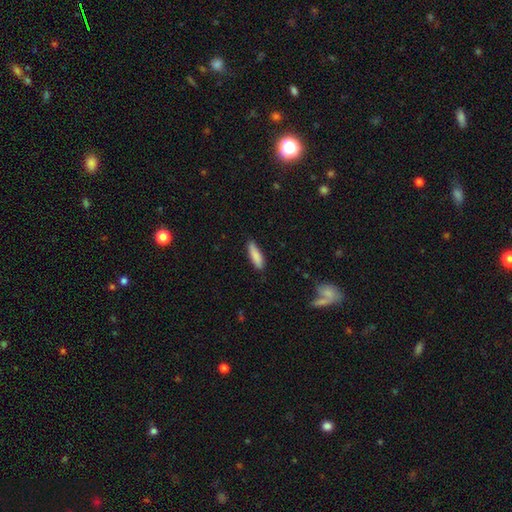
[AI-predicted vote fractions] The model was most divided on "how rounded": cigar-shaped: 61%, in between: 38%, round: 1%. More confident: smooth or featured — smooth (86%); merging — none (81%).